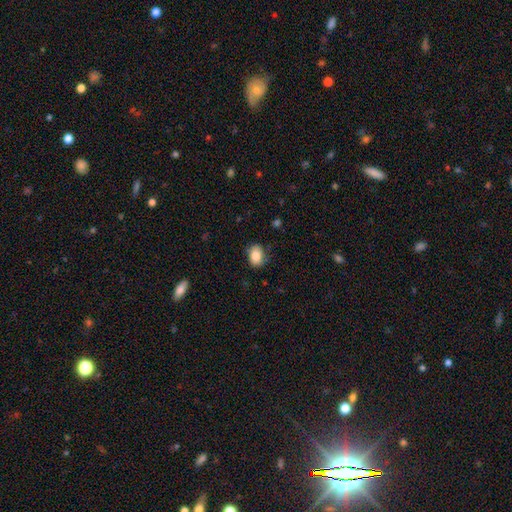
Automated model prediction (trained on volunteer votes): smooth_or_featured: smooth (p=0.84) [alt: featured or disk p=0.08]
how_rounded: in between (p=0.66) [alt: round p=0.33]
merging: none (p=0.74) [alt: minor disturbance p=0.21]